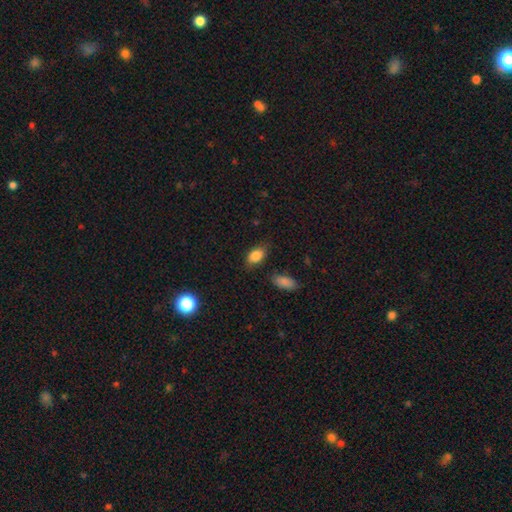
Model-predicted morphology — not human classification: The model was most divided on "merging": none: 77%, minor disturbance: 16%, major disturbance: 4%, merger: 3%. More confident: how rounded — in between (89%); smooth or featured — smooth (86%).